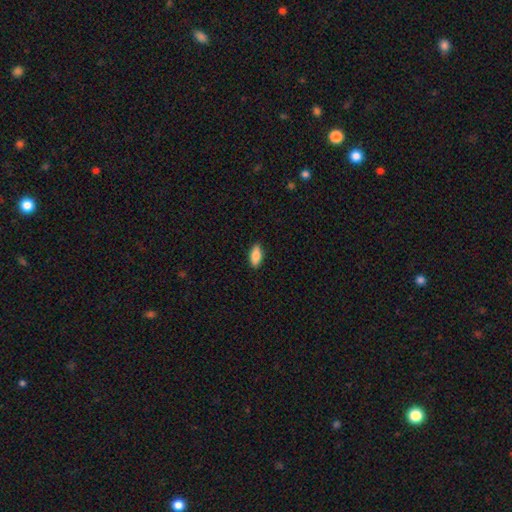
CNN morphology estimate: type=smooth (84%); roundness=in between (82%); merging=none (89%).